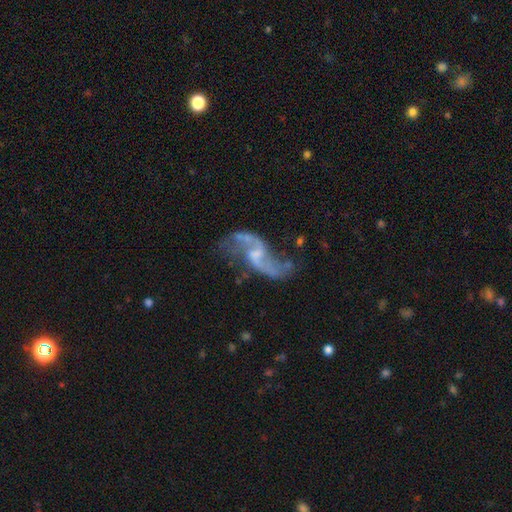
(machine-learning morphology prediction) Q: Smooth or featured?
A: featured or disk (89%); runner-up: star or artifact (6%)
Q: Edge-on disk?
A: no (97%); runner-up: yes (3%)
Q: Bar?
A: weak (48%); runner-up: no (38%)
Q: Spiral arms?
A: yes (94%); runner-up: no (6%)
Q: Spiral winding?
A: loose (85%); runner-up: medium (12%)
Q: Spiral arm count?
A: 2 (92%); runner-up: can't tell (2%)
Q: Bulge size?
A: small (51%); runner-up: none (24%)
Q: Merging?
A: none (61%); runner-up: minor disturbance (17%)